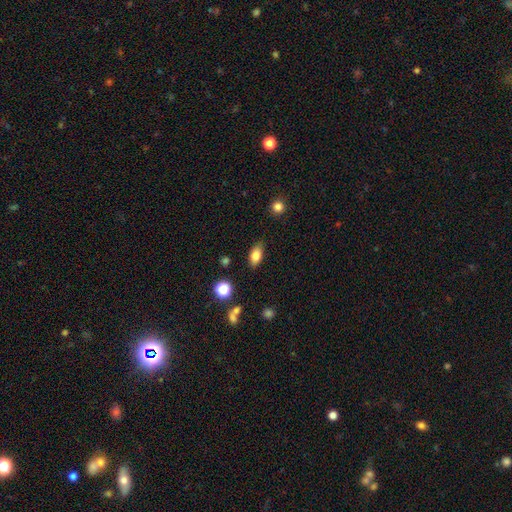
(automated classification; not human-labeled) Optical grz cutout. It shows a smooth galaxy with no disk features (78%) that is in between round and cigar-shaped (86%). Merging: none (83%).